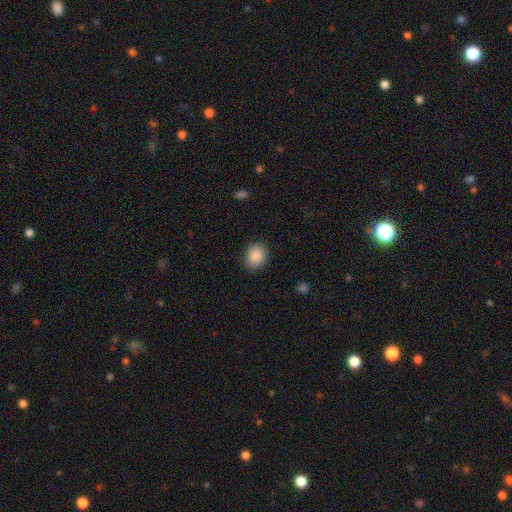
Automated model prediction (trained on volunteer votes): smooth-or-featured: smooth: 88% | star or artifact: 8% | featured or disk: 4%
  how-rounded: round: 57% | in between: 42% | cigar-shaped: 1%
  merging: none: 87% | minor disturbance: 9% | major disturbance: 3% | merger: 1%